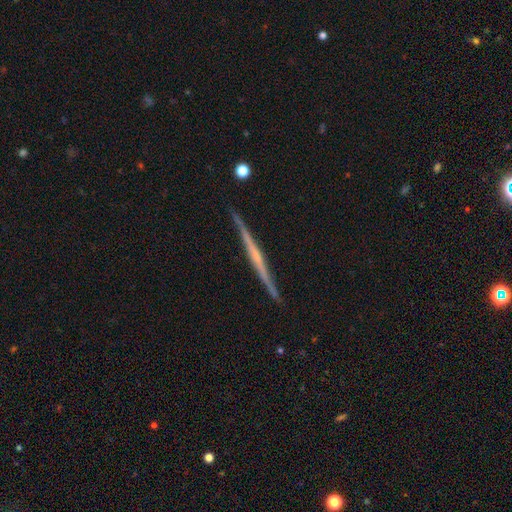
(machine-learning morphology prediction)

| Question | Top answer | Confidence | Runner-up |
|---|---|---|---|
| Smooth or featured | featured or disk | 73% | smooth (22%) |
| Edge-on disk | yes | 98% | no (2%) |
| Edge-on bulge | none | 67% | rounded (22%) |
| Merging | none | 91% | minor disturbance (7%) |